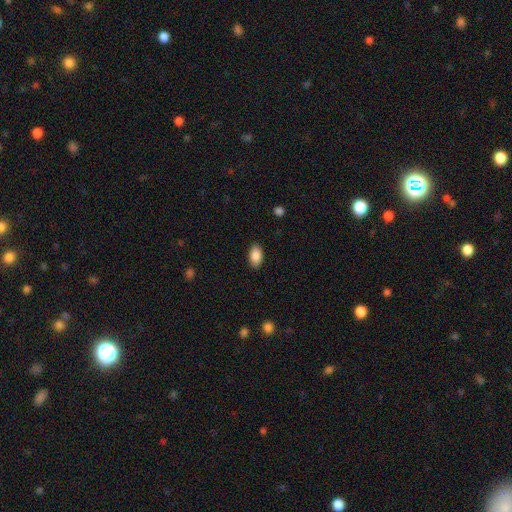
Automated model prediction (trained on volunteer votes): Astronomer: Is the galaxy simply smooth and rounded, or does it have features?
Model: smooth — 88%.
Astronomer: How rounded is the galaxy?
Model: in between — 93%.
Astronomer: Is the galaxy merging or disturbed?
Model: none — 88%.